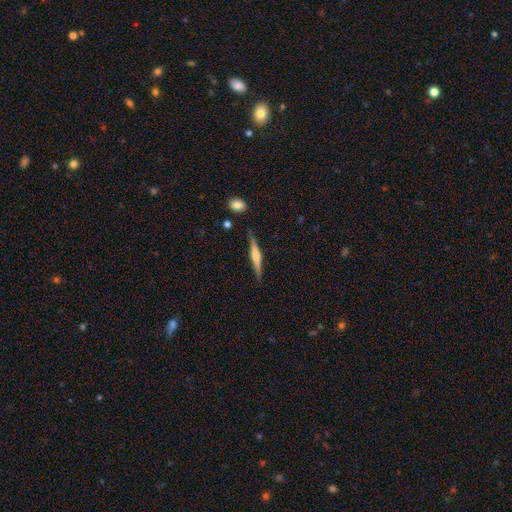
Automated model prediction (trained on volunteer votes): The model was most divided on "smooth or featured": featured or disk: 62%, smooth: 32%, star or artifact: 6%. More confident: edge-on disk — yes (98%); merging — none (87%); edge-on bulge — rounded (68%).